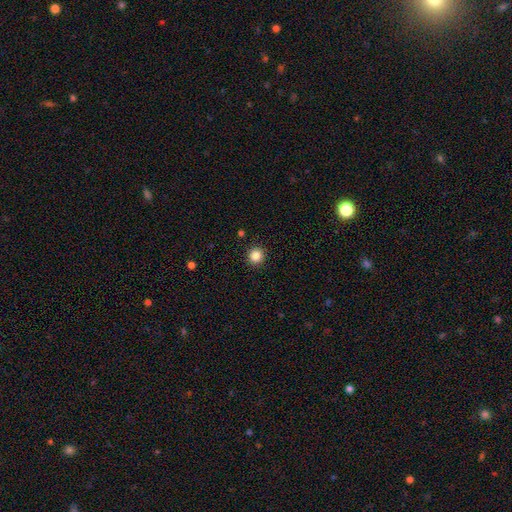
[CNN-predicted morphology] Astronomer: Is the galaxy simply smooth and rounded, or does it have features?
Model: smooth — 85%.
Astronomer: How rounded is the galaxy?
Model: round — 92%.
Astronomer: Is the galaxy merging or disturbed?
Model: none — 92%.